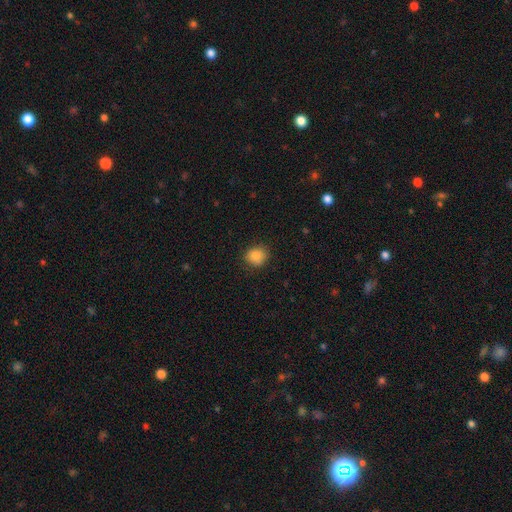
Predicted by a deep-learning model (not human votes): smooth_or_featured: smooth (p=0.86) [alt: star or artifact p=0.09]
how_rounded: round (p=0.78) [alt: in between p=0.21]
merging: none (p=0.86) [alt: minor disturbance p=0.10]